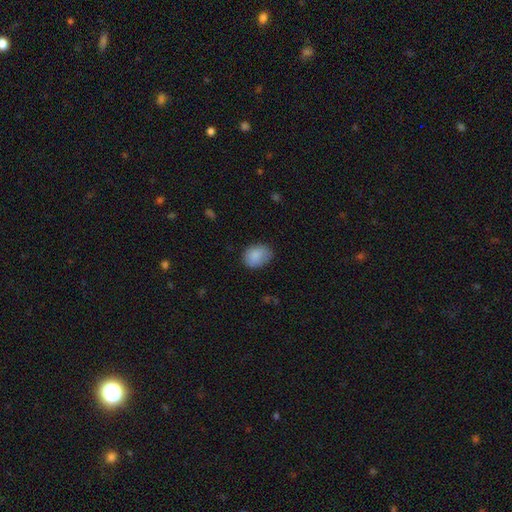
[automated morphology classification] This appears to be a smooth galaxy with no disk features (86%) that is in between round and cigar-shaped (54%). Merging: none (70%).